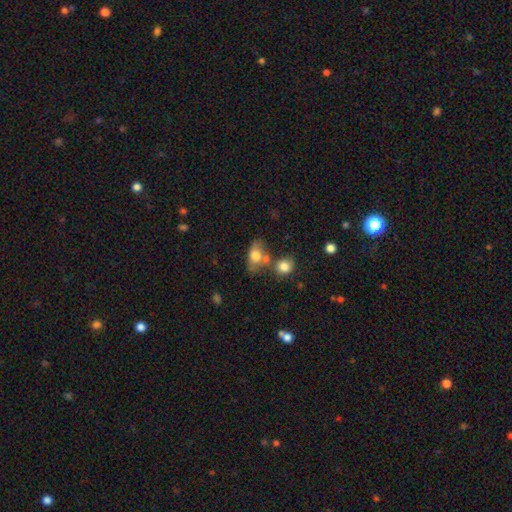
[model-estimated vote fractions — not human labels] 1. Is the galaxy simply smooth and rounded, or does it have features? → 74% smooth, 18% featured or disk, 9% star or artifact.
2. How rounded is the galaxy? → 78% in between, 20% round, 3% cigar-shaped.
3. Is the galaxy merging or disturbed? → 40% none, 32% merger, 18% minor disturbance, 9% major disturbance.